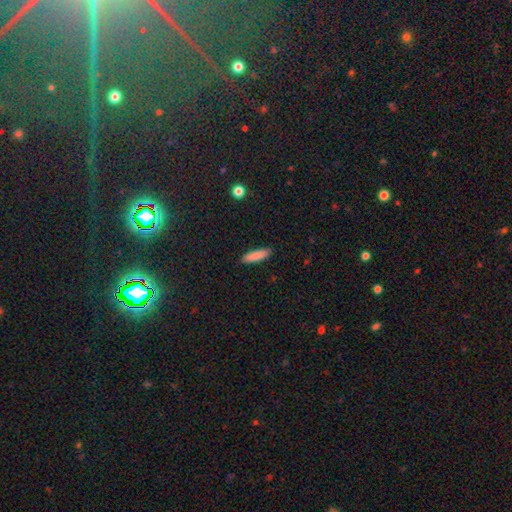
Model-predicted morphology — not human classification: smooth-or-featured: smooth: 86% | featured or disk: 7% | star or artifact: 7%
  how-rounded: cigar-shaped: 70% | in between: 28% | round: 2%
  merging: none: 90% | minor disturbance: 7% | major disturbance: 2% | merger: 1%